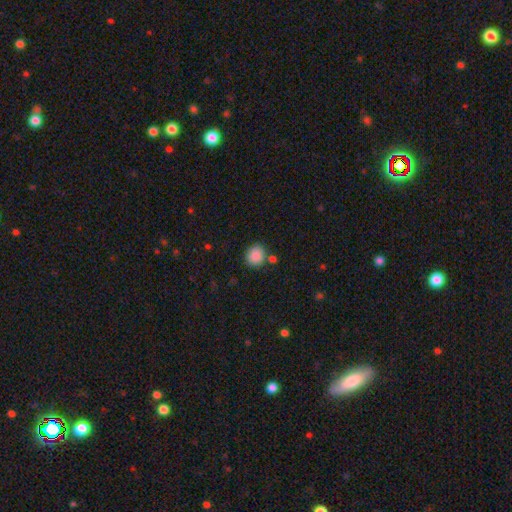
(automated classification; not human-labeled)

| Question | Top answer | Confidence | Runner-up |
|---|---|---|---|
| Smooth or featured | smooth | 87% | star or artifact (9%) |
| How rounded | round | 81% | in between (18%) |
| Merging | none | 78% | minor disturbance (11%) |